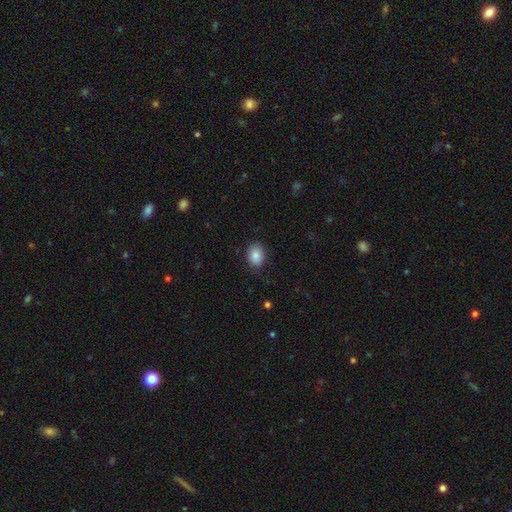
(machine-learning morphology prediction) Smooth or featured? Predicted: smooth (p=0.85). How rounded? Predicted: in between (p=0.66). Merging? Predicted: none (p=0.84).